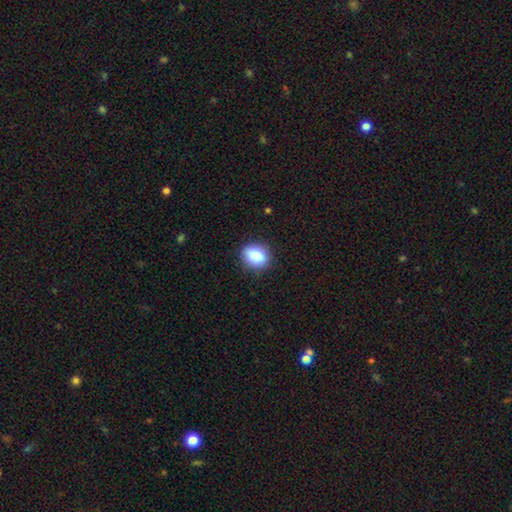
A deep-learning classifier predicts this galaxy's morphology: Smooth or featured?
  - smooth: 86% *
  - star or artifact: 8%
  - featured or disk: 5%
How rounded?
  - in between: 55% *
  - round: 43%
  - cigar-shaped: 1%
Merging?
  - none: 83% *
  - minor disturbance: 13%
  - major disturbance: 3%
  - merger: 1%